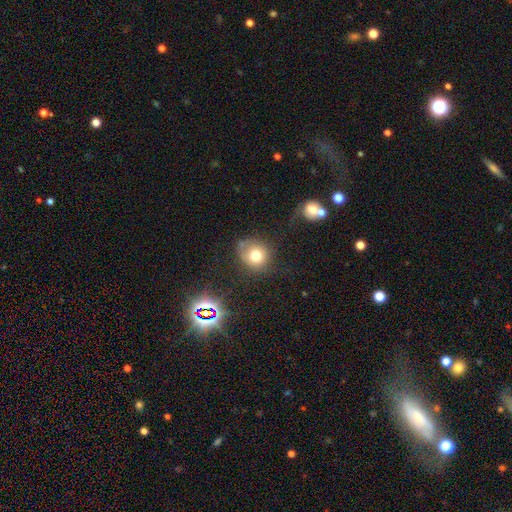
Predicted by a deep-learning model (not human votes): Smooth or featured?
  - smooth: 73% *
  - star or artifact: 15%
  - featured or disk: 12%
How rounded?
  - round: 84% *
  - in between: 15%
  - cigar-shaped: 1%
Merging?
  - none: 65% *
  - minor disturbance: 20%
  - major disturbance: 9%
  - merger: 6%